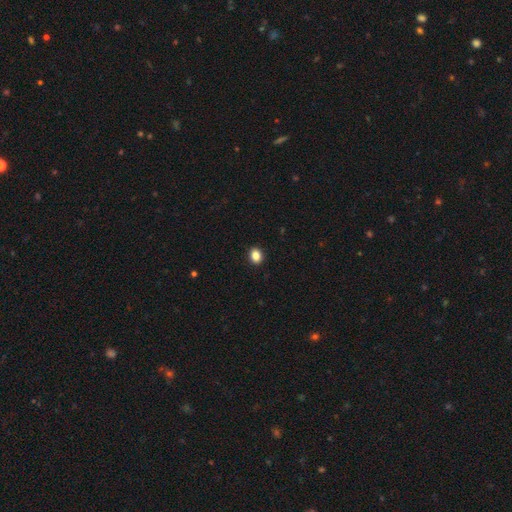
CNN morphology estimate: Smooth or featured: smooth — 86% (star or artifact — 10%)
How rounded: in between — 53% (round — 46%)
Merging: none — 91% (minor disturbance — 6%)